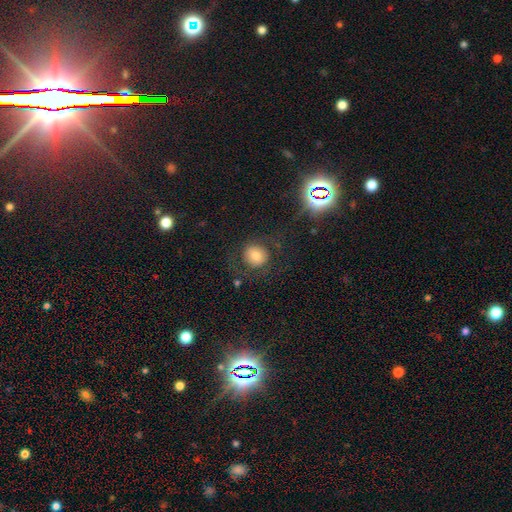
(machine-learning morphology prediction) Q: Smooth or featured?
A: smooth (70%); runner-up: featured or disk (18%)
Q: How rounded?
A: round (87%); runner-up: in between (12%)
Q: Merging?
A: none (75%); runner-up: major disturbance (12%)